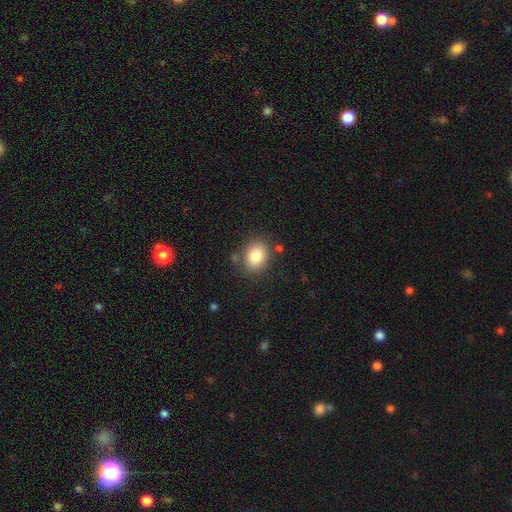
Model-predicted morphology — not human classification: smooth 83%, star or artifact 9%, featured or disk 8%. Down the decision tree: how rounded — round (51%); merging — none (80%).